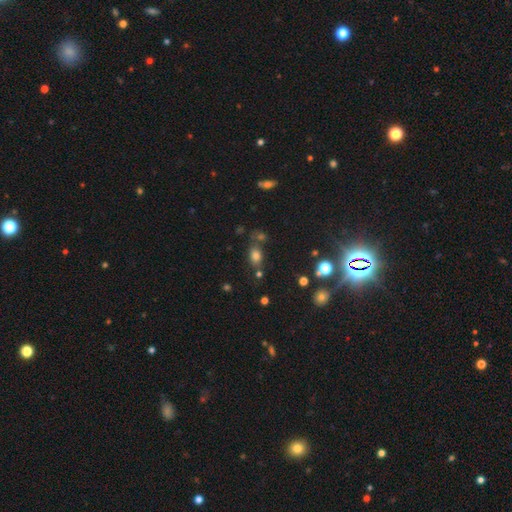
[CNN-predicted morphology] Smooth or featured: smooth — 74% (star or artifact — 17%)
How rounded: in between — 74% (round — 23%)
Merging: none — 63% (merger — 16%)